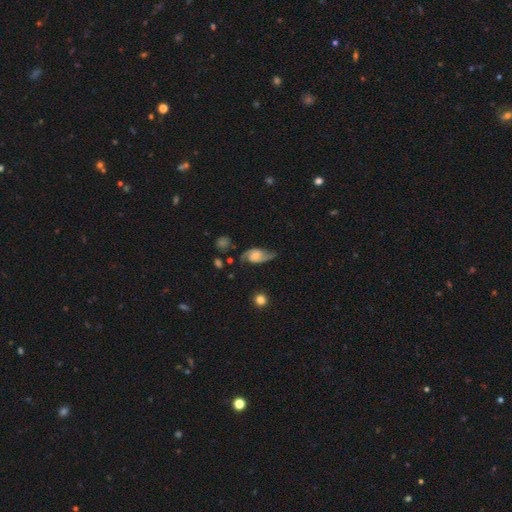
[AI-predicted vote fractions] Smooth or featured: featured or disk — 79% (smooth — 14%)
Edge-on disk: no — 95% (yes — 5%)
Bar: no — 52% (weak — 38%)
Spiral arms: yes — 96% (no — 4%)
Spiral winding: loose — 47% (medium — 40%)
Spiral arm count: 2 — 92% (can't tell — 3%)
Bulge size: small — 31% (moderate — 30%)
Merging: none — 70% (minor disturbance — 20%)